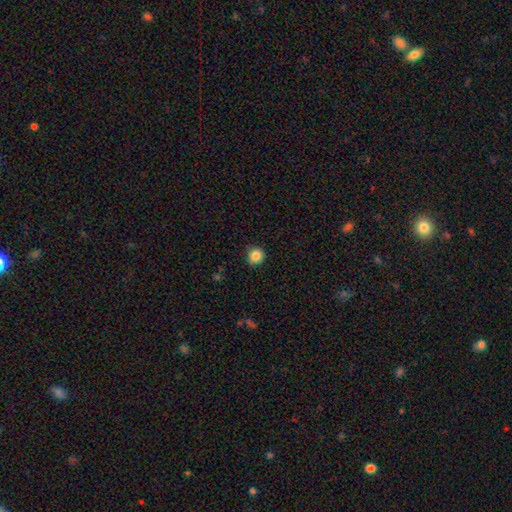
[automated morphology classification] Smooth or featured? smooth (85%)
How rounded? round (93%)
Merging? none (89%)